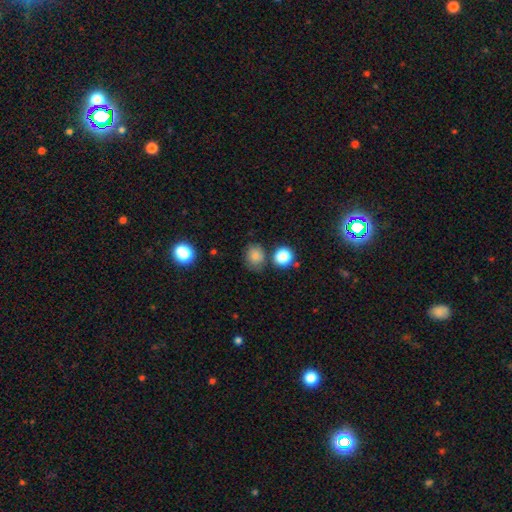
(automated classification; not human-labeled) smooth_or_featured: smooth (p=0.80) [alt: star or artifact p=0.14]
how_rounded: round (p=0.60) [alt: in between p=0.39]
merging: none (p=0.70) [alt: minor disturbance p=0.17]